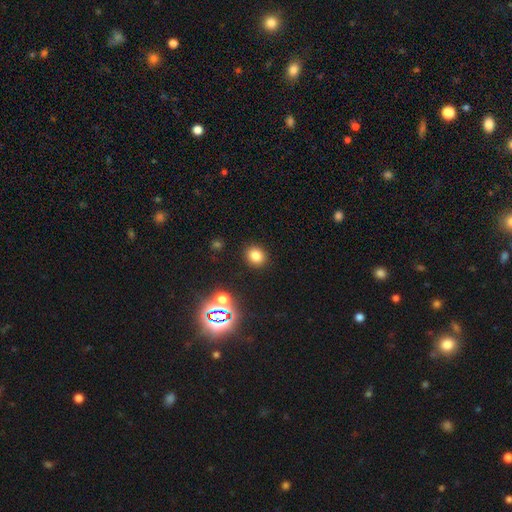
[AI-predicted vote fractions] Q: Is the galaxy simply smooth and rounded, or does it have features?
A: smooth — 77%.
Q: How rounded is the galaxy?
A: round — 70%.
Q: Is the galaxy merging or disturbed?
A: none — 89%.